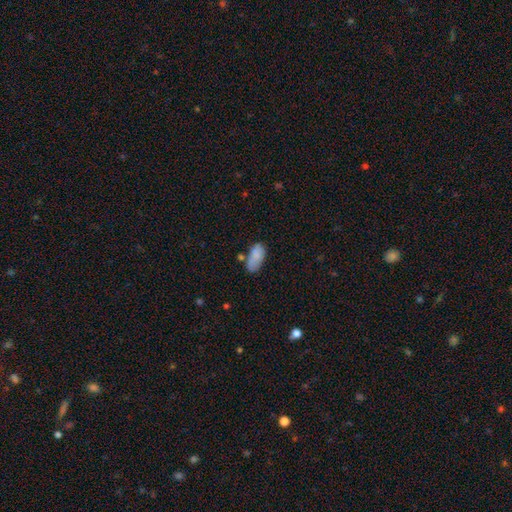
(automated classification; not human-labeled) Smooth or featured: smooth — 81% (featured or disk — 11%)
How rounded: in between — 91% (cigar-shaped — 5%)
Merging: none — 51% (minor disturbance — 25%)